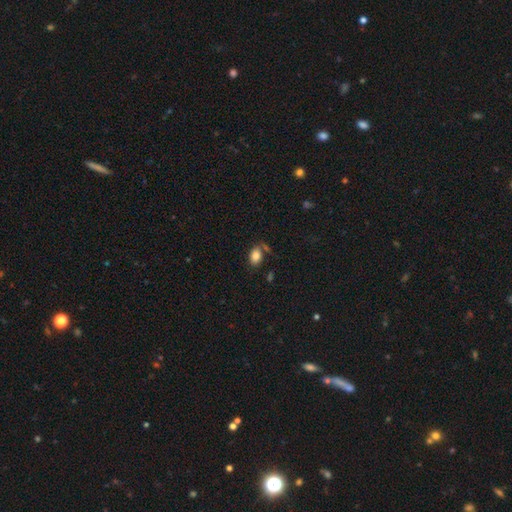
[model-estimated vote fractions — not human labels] Smooth or featured: smooth — 83% (star or artifact — 9%)
How rounded: in between — 87% (round — 12%)
Merging: none — 66% (minor disturbance — 15%)